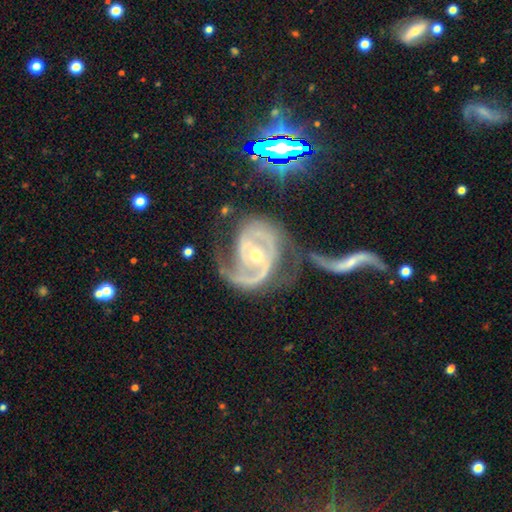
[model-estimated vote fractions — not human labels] This is clearly a featured or disk galaxy (89%). It is clearly not viewed edge-on (97%). Bar: marginally weak (35%). Spiral arm pattern: clearly yes (95%). Spiral arm count: likely 2 (69%). Spiral winding: marginally medium (44%). Central bulge: possibly moderate (56%). Merging: marginally none (31%).